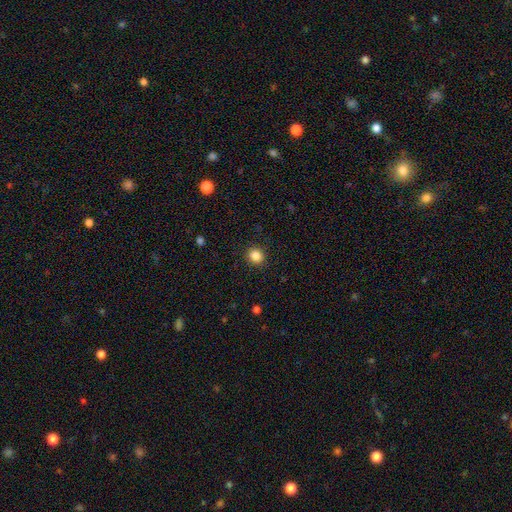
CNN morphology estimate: Overall: smooth (85%). How rounded: round (87%). Merging: none (91%).